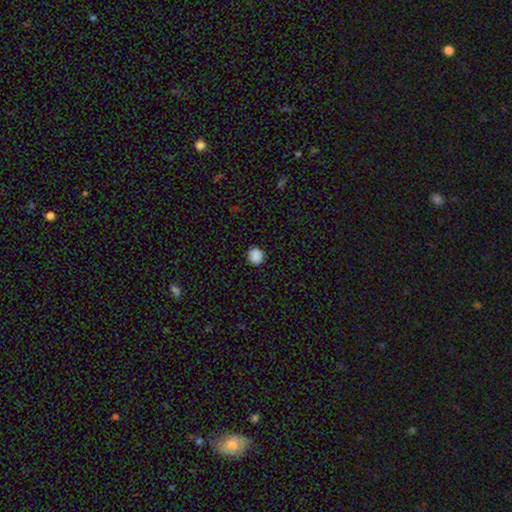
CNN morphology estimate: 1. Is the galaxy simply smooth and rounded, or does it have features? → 88% smooth, 9% star or artifact, 2% featured or disk.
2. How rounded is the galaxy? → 84% round, 15% in between, 1% cigar-shaped.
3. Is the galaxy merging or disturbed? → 91% none, 6% minor disturbance, 2% major disturbance, 1% merger.